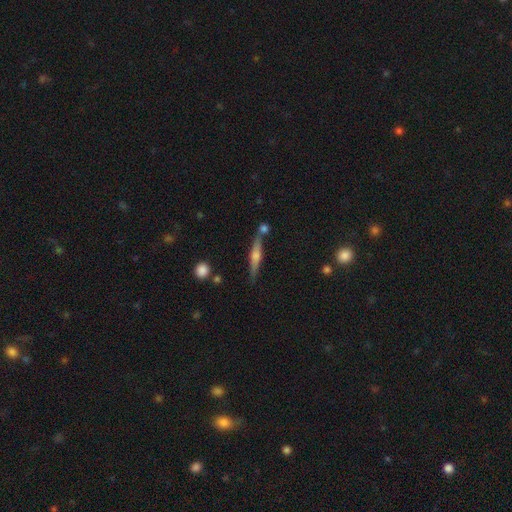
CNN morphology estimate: Overall: featured or disk (60%; smooth 33%). Edge-on disk: yes (96%). Edge-on bulge: rounded (80%). Merging: none (73%).